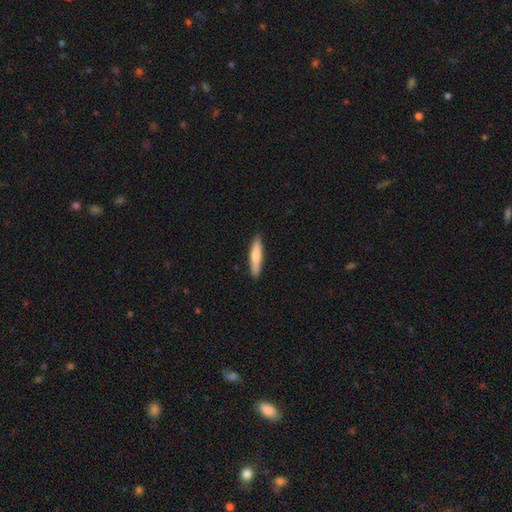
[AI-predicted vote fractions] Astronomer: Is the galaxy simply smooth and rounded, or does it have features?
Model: smooth — 70%.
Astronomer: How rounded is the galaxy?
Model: cigar-shaped — 84%.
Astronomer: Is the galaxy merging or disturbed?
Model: none — 90%.